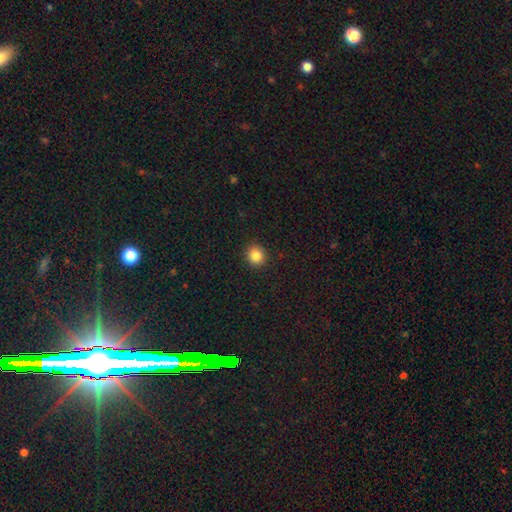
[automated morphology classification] Smooth or featured? Predicted: smooth (p=0.86). How rounded? Predicted: round (p=0.89). Merging? Predicted: none (p=0.92).